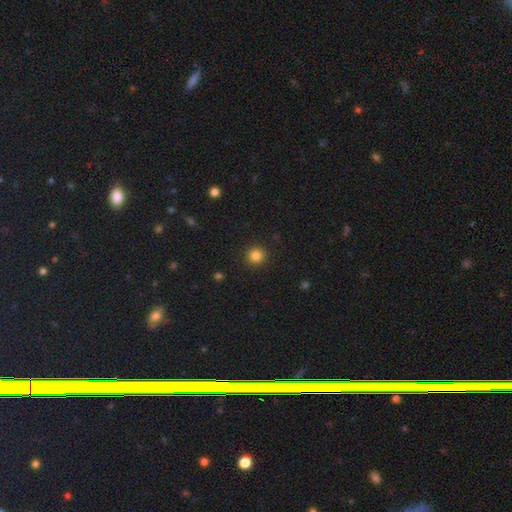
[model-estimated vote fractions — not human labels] This appears to be a smooth galaxy with no disk features (84%) that is round (94%). Merging: none (92%).